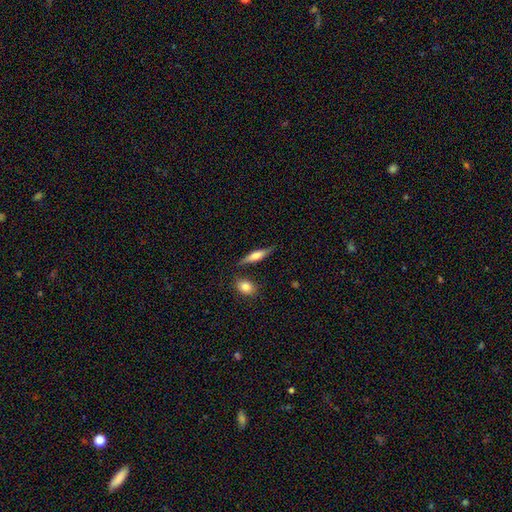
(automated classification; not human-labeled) Smooth or featured: smooth — 54% (featured or disk — 40%)
How rounded: cigar-shaped — 68% (in between — 29%)
Merging: none — 77% (minor disturbance — 13%)